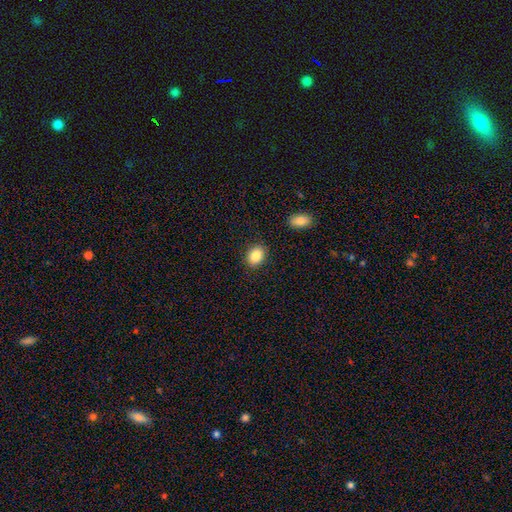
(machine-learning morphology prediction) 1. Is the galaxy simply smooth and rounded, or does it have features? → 86% smooth, 8% star or artifact, 6% featured or disk.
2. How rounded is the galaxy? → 60% in between, 39% round, 1% cigar-shaped.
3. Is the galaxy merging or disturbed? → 87% none, 8% minor disturbance, 2% major disturbance, 2% merger.